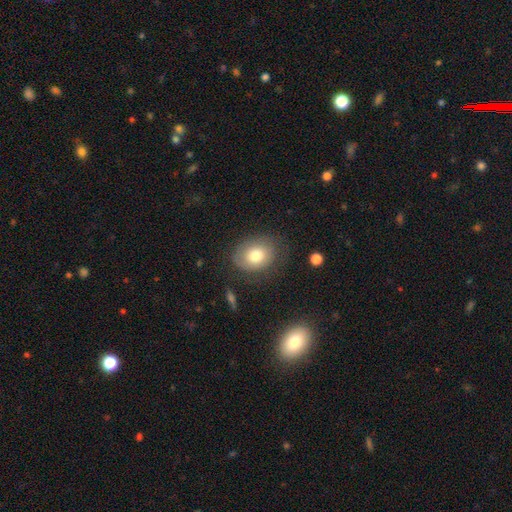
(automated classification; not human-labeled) Morphology: type=smooth (72%); roundness=in between (56%); merging=none (71%).